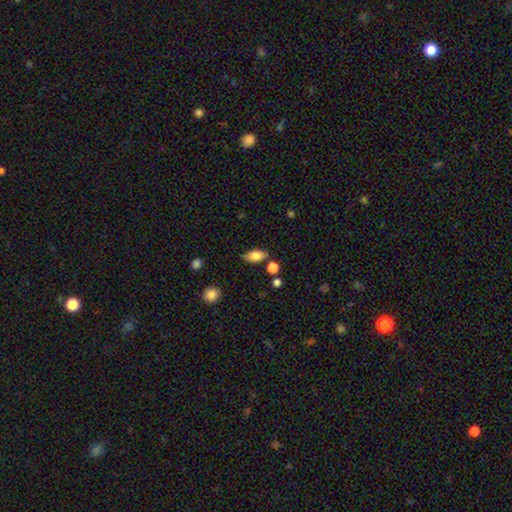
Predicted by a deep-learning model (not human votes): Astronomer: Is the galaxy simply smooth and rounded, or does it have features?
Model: smooth — 78%.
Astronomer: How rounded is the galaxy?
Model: in between — 87%.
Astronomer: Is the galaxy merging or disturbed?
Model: none — 78%.